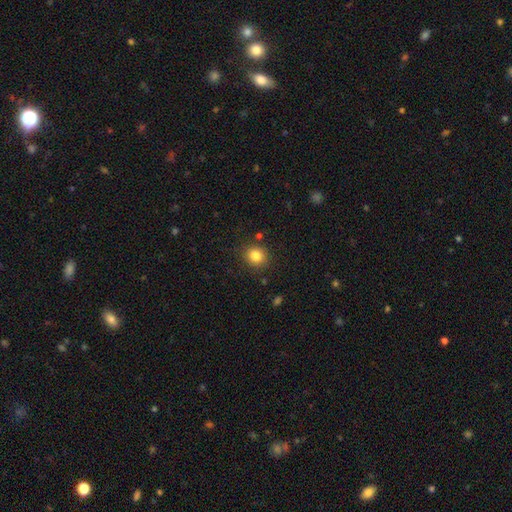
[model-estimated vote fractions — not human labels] Smooth or featured? smooth (83%)
How rounded? round (81%)
Merging? none (87%)